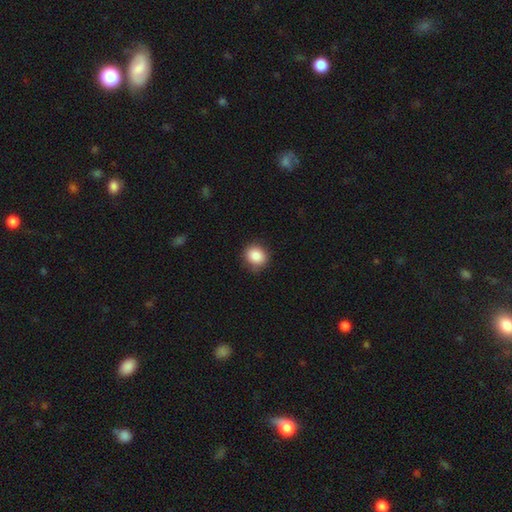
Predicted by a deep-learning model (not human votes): A smooth galaxy with no disk features (87%) that is round (77%).

Vote fractions:
- Smooth or featured? smooth: 87% / star or artifact: 9% / featured or disk: 4%
- How rounded? round: 77% / in between: 22% / cigar-shaped: 1%
- Merging? none: 82% / minor disturbance: 14% / major disturbance: 3% / merger: 1%